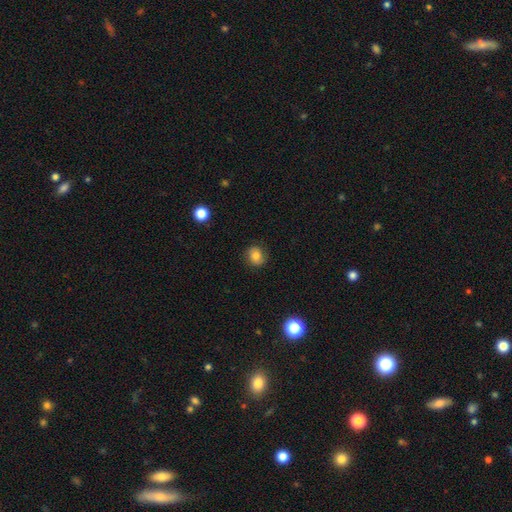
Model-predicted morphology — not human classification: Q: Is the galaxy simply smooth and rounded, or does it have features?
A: smooth — 77%.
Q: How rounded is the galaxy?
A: round — 76%.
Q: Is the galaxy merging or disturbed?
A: none — 84%.